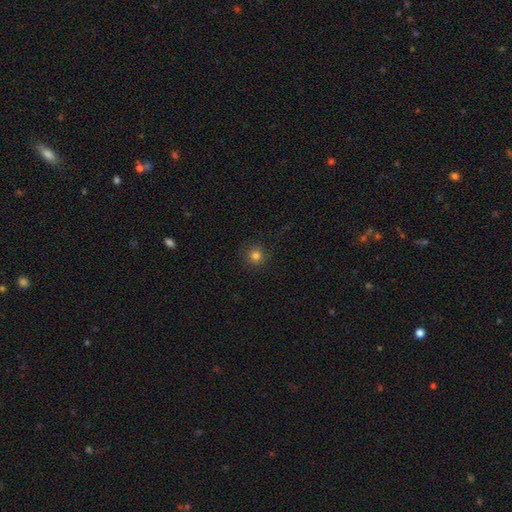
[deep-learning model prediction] A smooth galaxy with no disk features (81%) that is round (95%).

Vote fractions:
- Smooth or featured? smooth: 81% / star or artifact: 14% / featured or disk: 5%
- How rounded? round: 95% / in between: 4% / cigar-shaped: 1%
- Merging? none: 90% / minor disturbance: 7% / major disturbance: 2% / merger: 1%